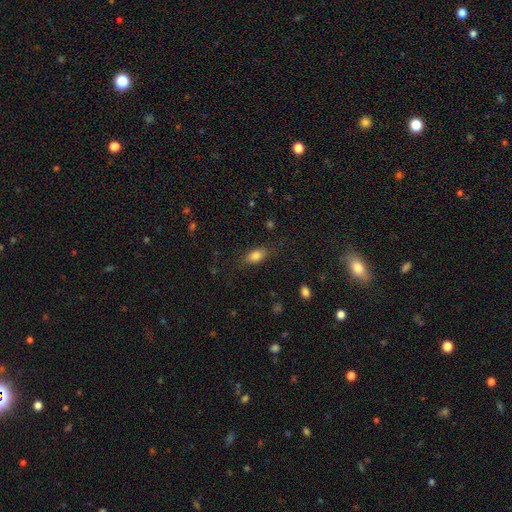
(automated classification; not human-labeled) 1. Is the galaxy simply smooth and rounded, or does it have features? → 81% smooth, 10% featured or disk, 9% star or artifact.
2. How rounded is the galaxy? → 83% in between, 8% cigar-shaped, 8% round.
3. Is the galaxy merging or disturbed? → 76% none, 16% minor disturbance, 6% major disturbance, 1% merger.